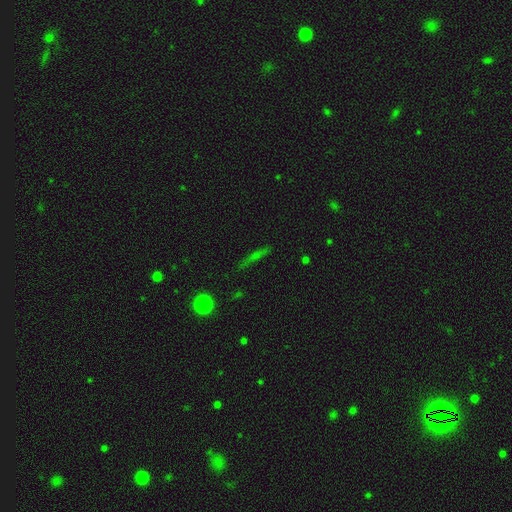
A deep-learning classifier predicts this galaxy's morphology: Smooth or featured? Predicted: featured or disk (p=0.35, tied with smooth). Merging? Predicted: none (p=0.84).